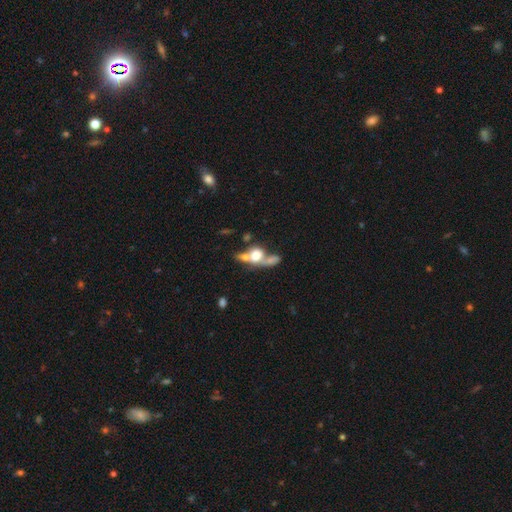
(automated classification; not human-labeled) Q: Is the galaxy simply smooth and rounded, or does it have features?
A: smooth — 48%.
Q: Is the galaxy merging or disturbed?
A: merger — 54%.